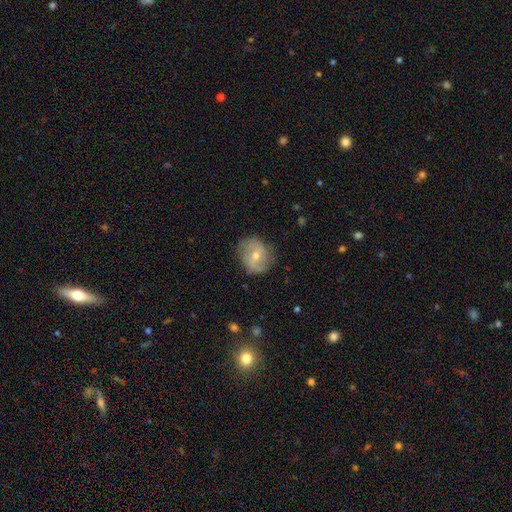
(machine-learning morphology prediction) Smooth or featured?
  - featured or disk: 61% *
  - smooth: 30%
  - star or artifact: 10%
Edge-on disk?
  - no: 96% *
  - yes: 4%
Bar?
  - no: 50% *
  - weak: 37%
  - strong: 13%
Spiral arms?
  - yes: 77% *
  - no: 23%
Bulge size?
  - small: 49% *
  - moderate: 47%
  - large: 1%
  - none: 1%
  - dominant: 1%
Merging?
  - none: 77% *
  - minor disturbance: 16%
  - major disturbance: 5%
  - merger: 1%